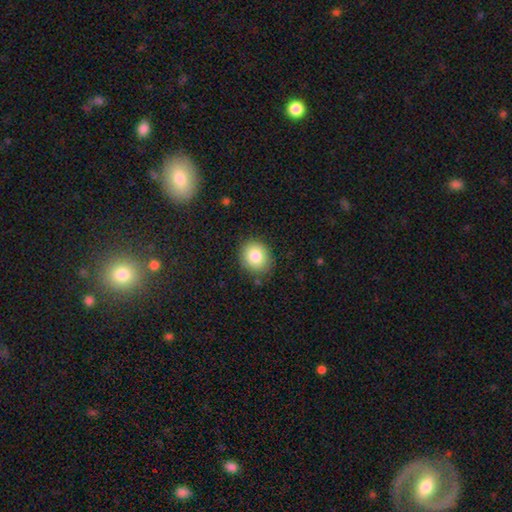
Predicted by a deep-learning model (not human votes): Morphology: type=smooth (82%); roundness=round (76%); merging=none (89%).